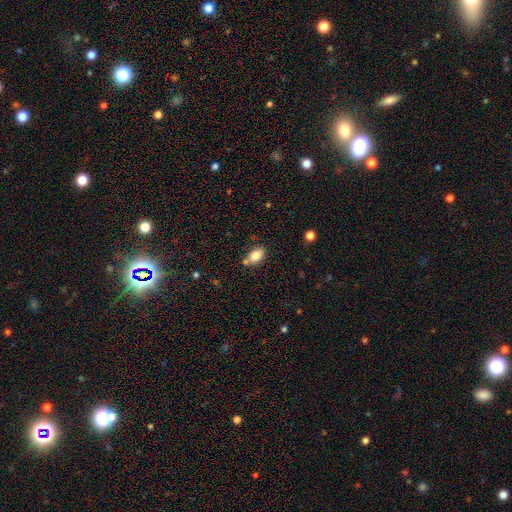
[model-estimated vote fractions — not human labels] Smooth or featured?
  - smooth: 82% *
  - featured or disk: 9%
  - star or artifact: 9%
How rounded?
  - in between: 86% *
  - round: 13%
  - cigar-shaped: 2%
Merging?
  - none: 71% *
  - minor disturbance: 13%
  - merger: 12%
  - major disturbance: 3%